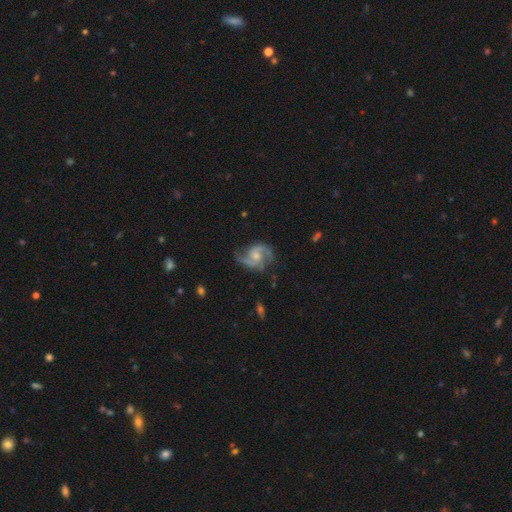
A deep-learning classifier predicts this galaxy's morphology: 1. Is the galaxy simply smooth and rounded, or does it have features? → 90% featured or disk, 5% smooth, 5% star or artifact.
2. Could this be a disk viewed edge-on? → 98% no, 2% yes.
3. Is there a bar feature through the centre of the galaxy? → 62% no, 32% weak, 6% strong.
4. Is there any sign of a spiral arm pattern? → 98% yes, 2% no.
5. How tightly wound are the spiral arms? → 58% medium, 23% loose, 19% tight.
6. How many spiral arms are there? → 83% 2, 8% 3, 3% can't tell, 2% 1, 2% 4, 2% more than 4.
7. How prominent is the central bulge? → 49% small, 42% moderate, 6% none, 3% large, 1% dominant.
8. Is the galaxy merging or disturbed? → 71% none, 19% minor disturbance, 8% major disturbance, 2% merger.